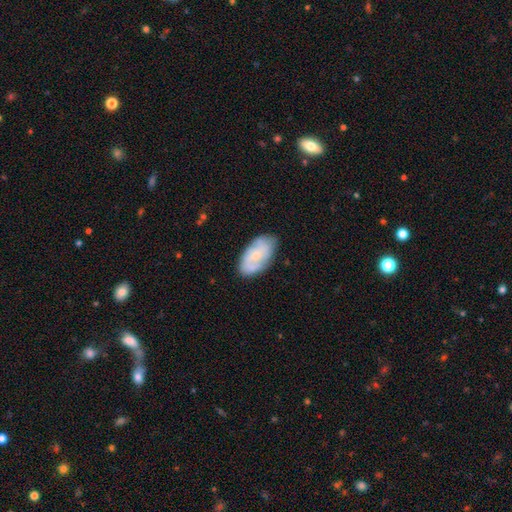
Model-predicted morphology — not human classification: This is possibly a featured or disk galaxy (48%). Merging: likely none (75%).